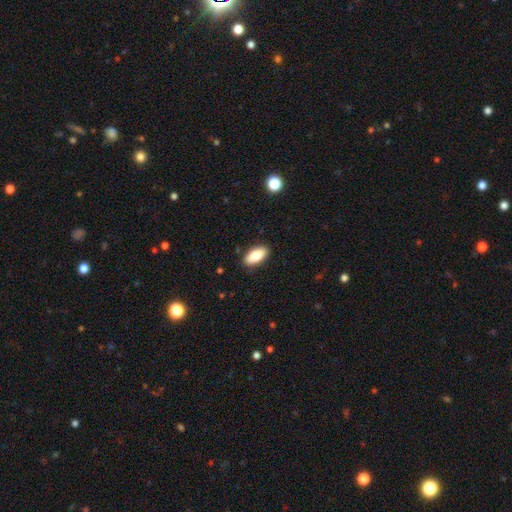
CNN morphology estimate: smooth_or_featured: smooth (p=0.82) [alt: featured or disk p=0.11]
how_rounded: in between (p=0.91) [alt: cigar-shaped p=0.06]
merging: none (p=0.88) [alt: minor disturbance p=0.08]